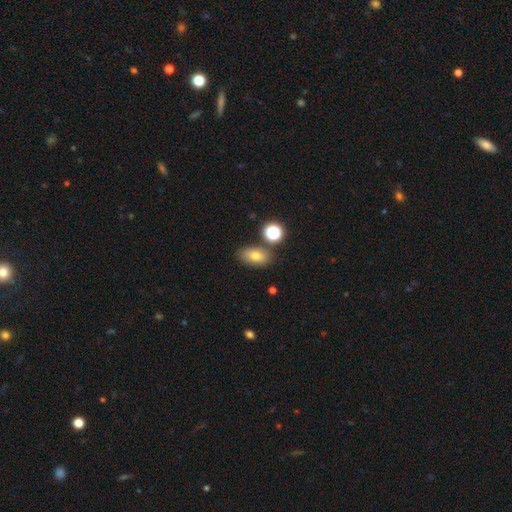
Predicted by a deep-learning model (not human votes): smooth 71%, star or artifact 14%, featured or disk 14%. Down the decision tree: how rounded — in between (84%); merging — none (76%).